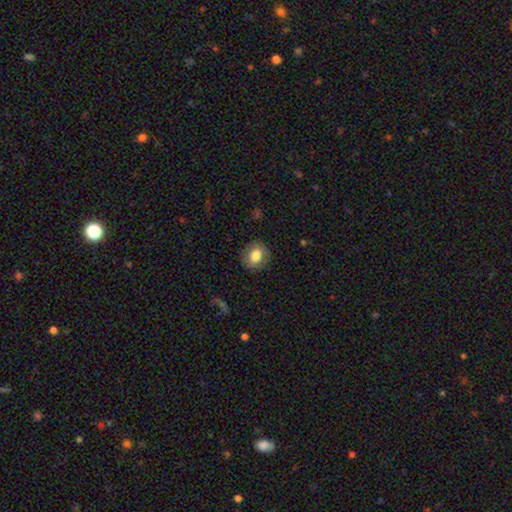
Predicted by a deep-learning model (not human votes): smooth-or-featured: smooth: 79% | featured or disk: 13% | star or artifact: 8%
  how-rounded: round: 61% | in between: 38% | cigar-shaped: 1%
  merging: none: 85% | minor disturbance: 11% | major disturbance: 3% | merger: 1%